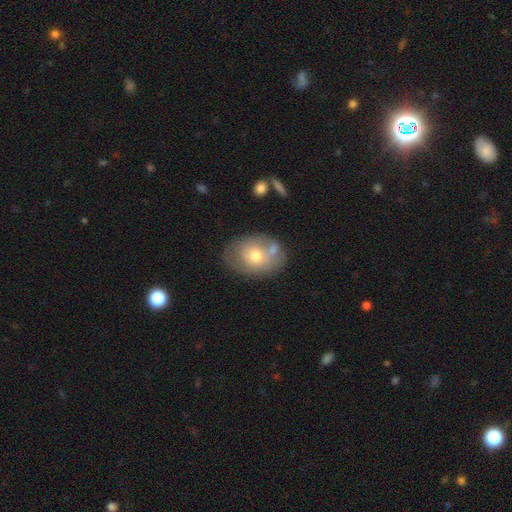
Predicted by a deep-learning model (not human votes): The model was most divided on "smooth or featured": smooth: 55%, featured or disk: 37%, star or artifact: 8%. More confident: how rounded — in between (70%); merging — none (56%).